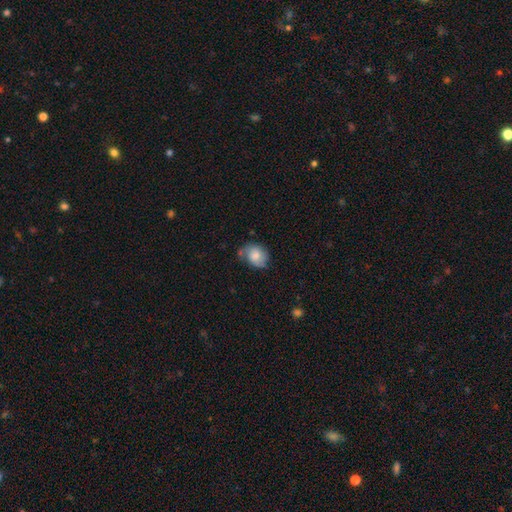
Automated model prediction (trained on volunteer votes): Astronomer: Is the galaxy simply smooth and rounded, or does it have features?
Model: smooth — 62%.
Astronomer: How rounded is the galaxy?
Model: round — 51% (runner-up: in between, 48%).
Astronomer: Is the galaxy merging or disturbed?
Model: none — 48% (runner-up: minor disturbance, 34%).